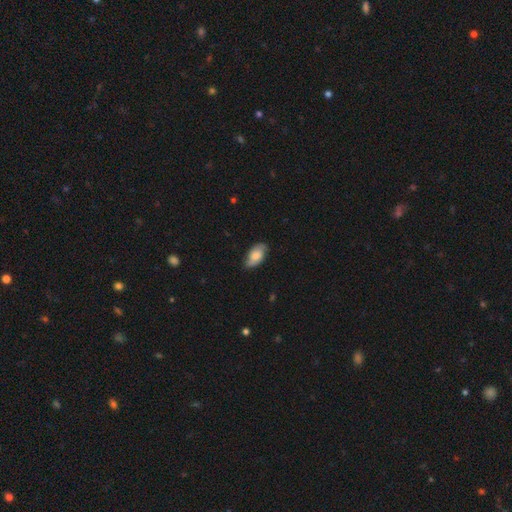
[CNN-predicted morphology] Smooth or featured: smooth — 58% (featured or disk — 34%)
How rounded: in between — 92% (round — 5%)
Merging: none — 76% (minor disturbance — 19%)